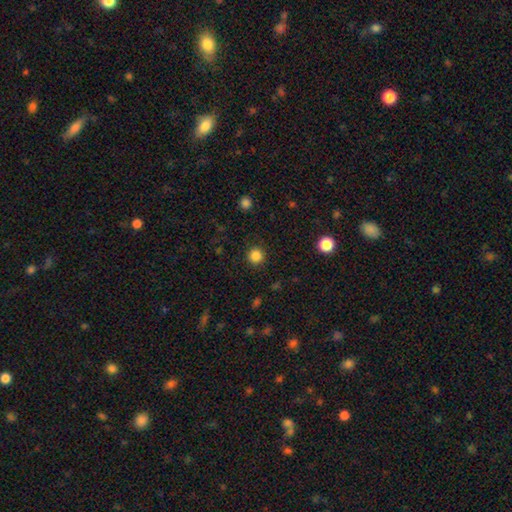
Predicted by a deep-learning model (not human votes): Smooth or featured? Predicted: smooth (p=0.85). How rounded? Predicted: round (p=0.94). Merging? Predicted: none (p=0.91).